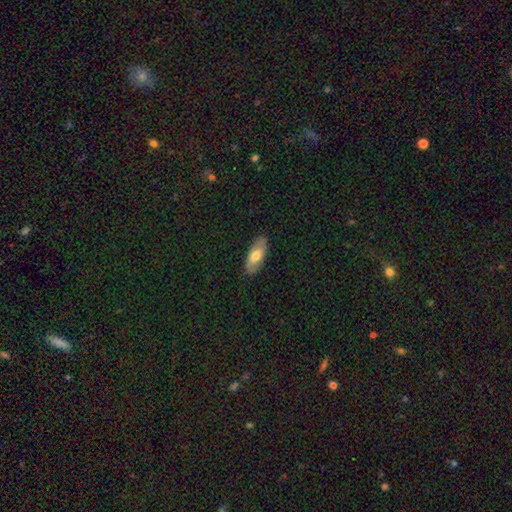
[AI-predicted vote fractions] Morphology: type=smooth (60%); roundness=in between (84%); merging=none (87%).